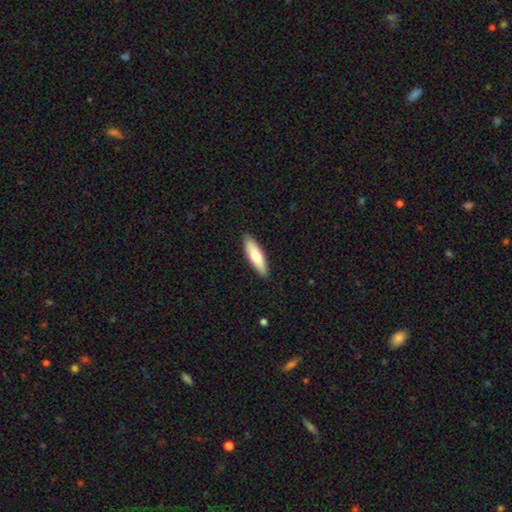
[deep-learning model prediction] Smooth or featured? smooth (71%)
How rounded? cigar-shaped (63%)
Merging? none (90%)